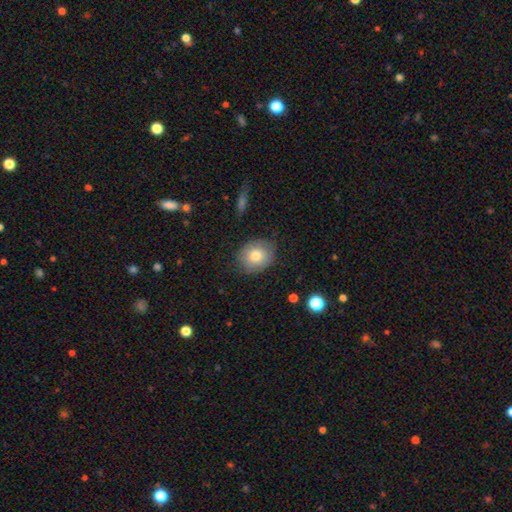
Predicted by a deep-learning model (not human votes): Smooth or featured? Predicted: smooth (p=0.78). How rounded? Predicted: round (p=0.57). Merging? Predicted: none (p=0.80).